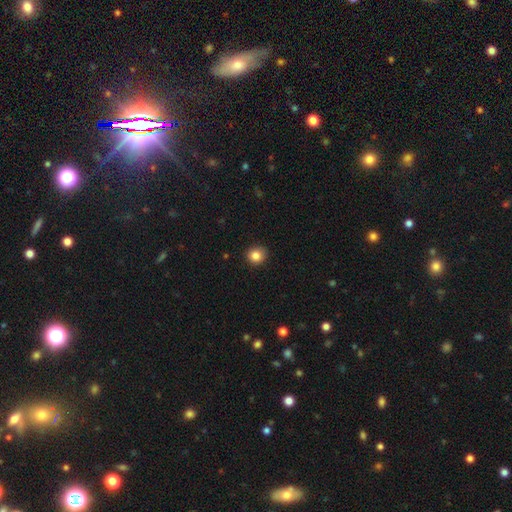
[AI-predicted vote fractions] Smooth or featured: smooth — 85% (star or artifact — 10%)
How rounded: round — 82% (in between — 17%)
Merging: none — 88% (minor disturbance — 9%)